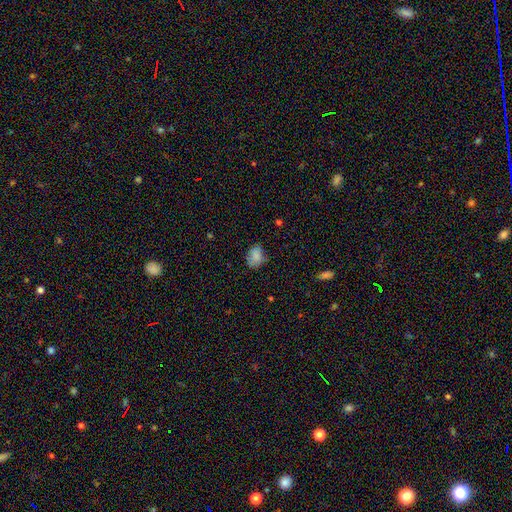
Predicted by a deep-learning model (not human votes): smooth_or_featured: smooth (p=0.81) [alt: star or artifact p=0.10]
how_rounded: in between (p=0.76) [alt: round p=0.22]
merging: none (p=0.61) [alt: minor disturbance p=0.28]